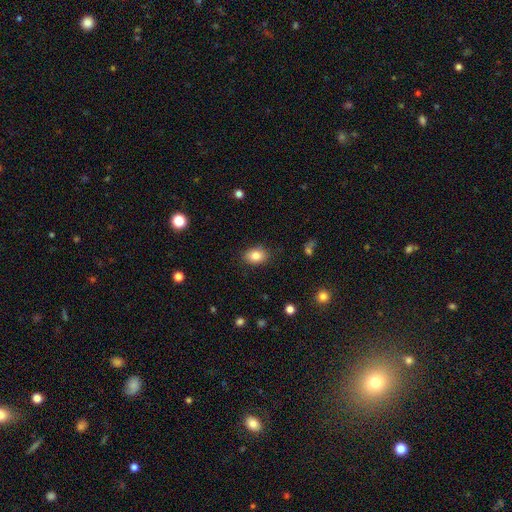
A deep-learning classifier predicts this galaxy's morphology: Overall: smooth (83%). How rounded: in between (72%). Merging: none (85%).